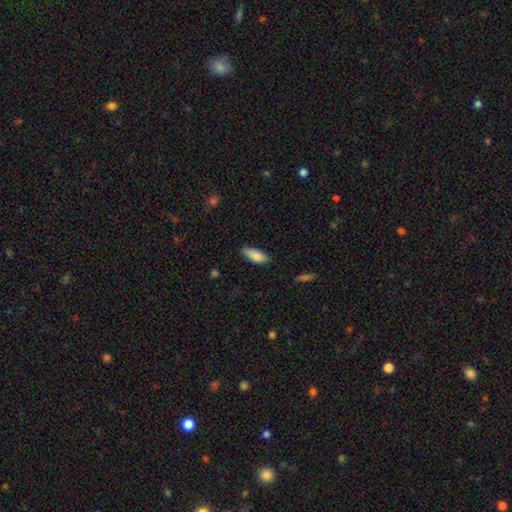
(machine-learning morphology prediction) type=smooth (87%); roundness=in between (79%); merging=none (73%).